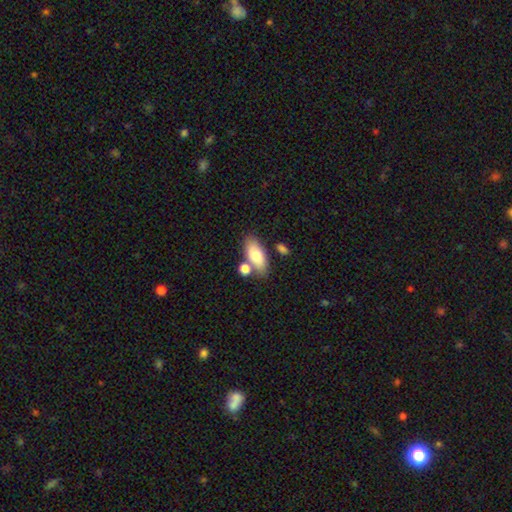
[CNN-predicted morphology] Q: Smooth or featured?
A: smooth (77%); runner-up: featured or disk (16%)
Q: How rounded?
A: in between (85%); runner-up: cigar-shaped (10%)
Q: Merging?
A: none (65%); runner-up: merger (18%)